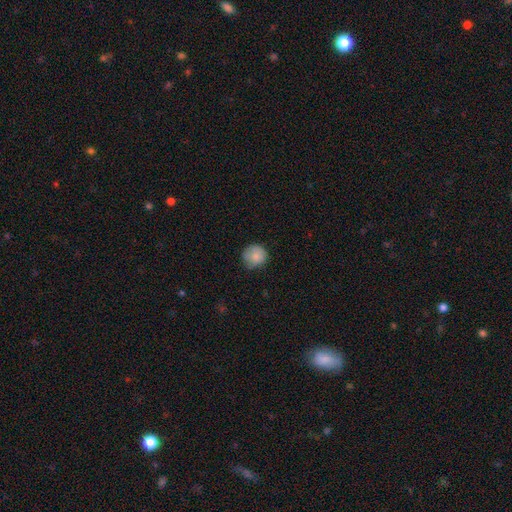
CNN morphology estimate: Q: Smooth or featured?
A: smooth (84%); runner-up: featured or disk (9%)
Q: How rounded?
A: round (90%); runner-up: in between (9%)
Q: Merging?
A: none (73%); runner-up: minor disturbance (21%)